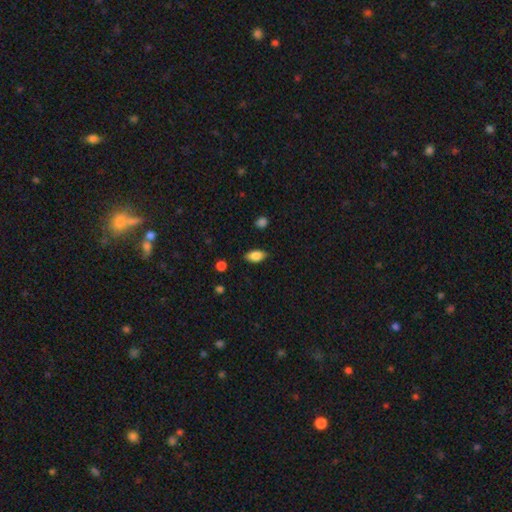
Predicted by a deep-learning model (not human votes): The model was most divided on "merging": none: 85%, minor disturbance: 11%, major disturbance: 3%, merger: 1%. More confident: how rounded — in between (90%); smooth or featured — smooth (84%).